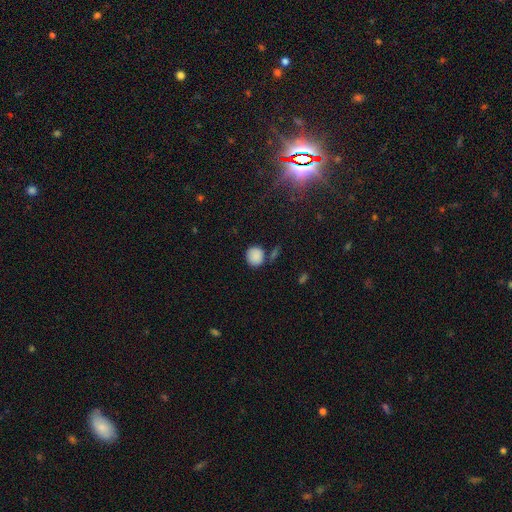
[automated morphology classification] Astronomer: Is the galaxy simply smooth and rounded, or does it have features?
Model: smooth — 86%.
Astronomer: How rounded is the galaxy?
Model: round — 88%.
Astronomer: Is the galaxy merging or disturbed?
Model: none — 73%.